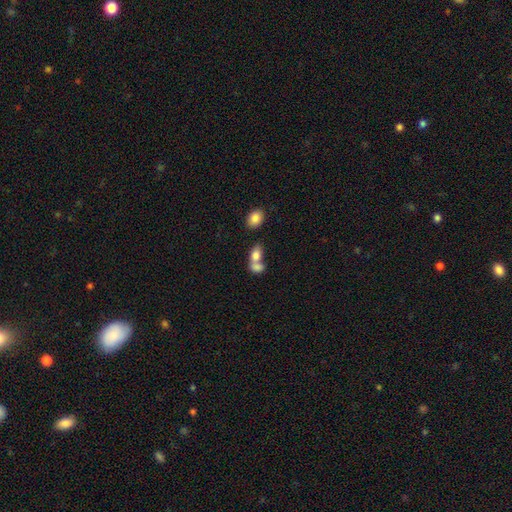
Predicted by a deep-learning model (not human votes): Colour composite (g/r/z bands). It shows a smooth galaxy with no disk features (78%) that is in between round and cigar-shaped (78%). Merging: merger (67%).